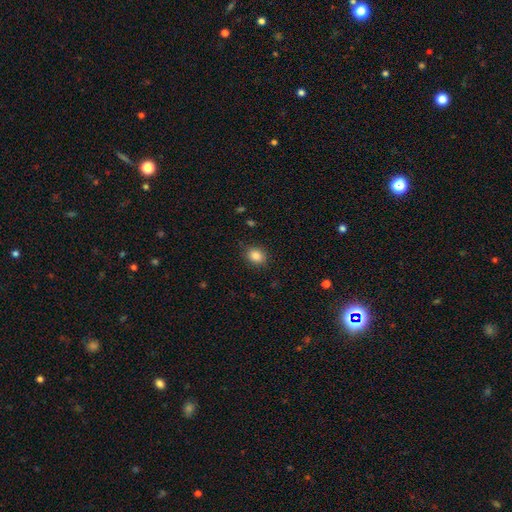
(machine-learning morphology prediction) Overall: smooth (86%). How rounded: in between (51%; round 48%). Merging: none (86%).